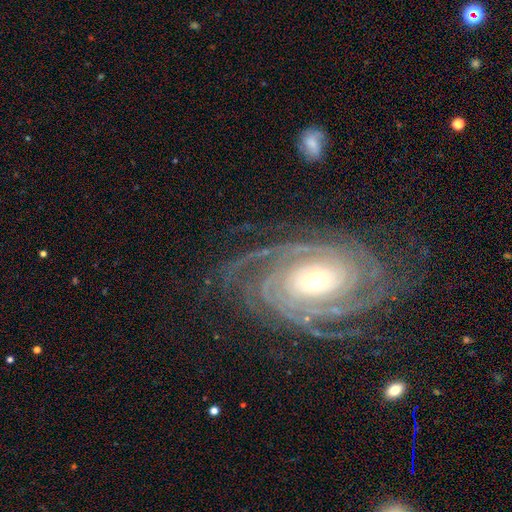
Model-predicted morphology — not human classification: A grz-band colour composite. It shows a featured or disk galaxy (91%) with no bar (48%), 3 (27%) tight (80%) spiral arms (98%) and a moderate central bulge (61%). Merging: none (79%).